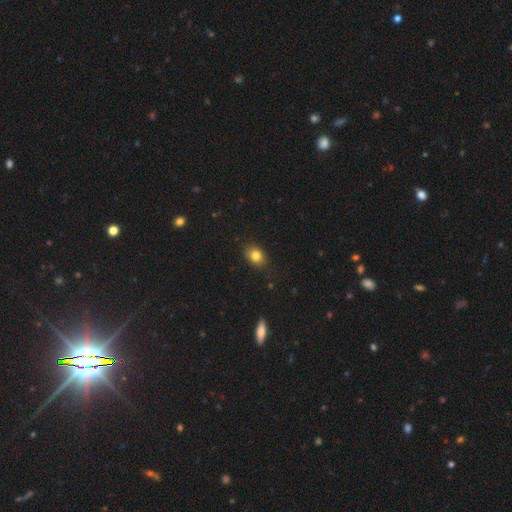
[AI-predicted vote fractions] Smooth or featured?
  - smooth: 82% *
  - star or artifact: 11%
  - featured or disk: 8%
How rounded?
  - in between: 62% *
  - round: 37%
  - cigar-shaped: 1%
Merging?
  - none: 84% *
  - minor disturbance: 12%
  - major disturbance: 3%
  - merger: 1%